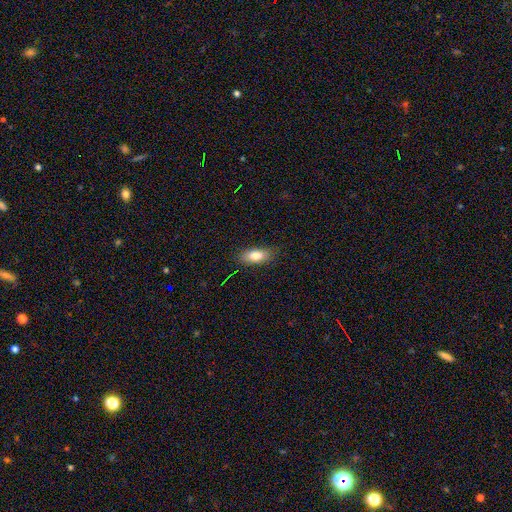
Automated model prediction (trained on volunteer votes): Morphology: type=smooth (81%); roundness=in between (83%); merging=none (84%).